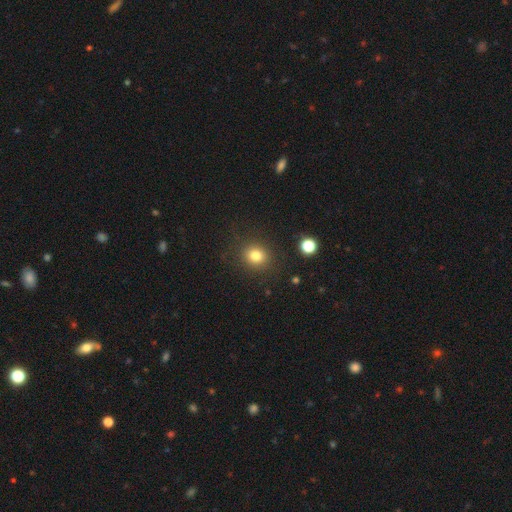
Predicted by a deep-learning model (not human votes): This appears to be a smooth galaxy with no disk features (80%) that is round (78%). Merging: none (86%).